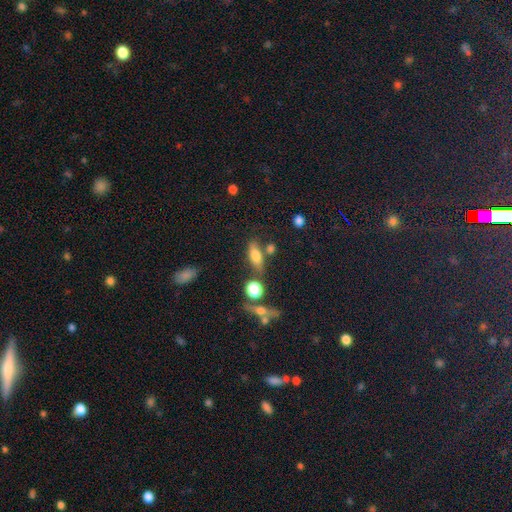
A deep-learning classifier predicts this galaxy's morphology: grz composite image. It shows a smooth galaxy with no disk features (67%) that is in between round and cigar-shaped (67%). Merging: none (62%).